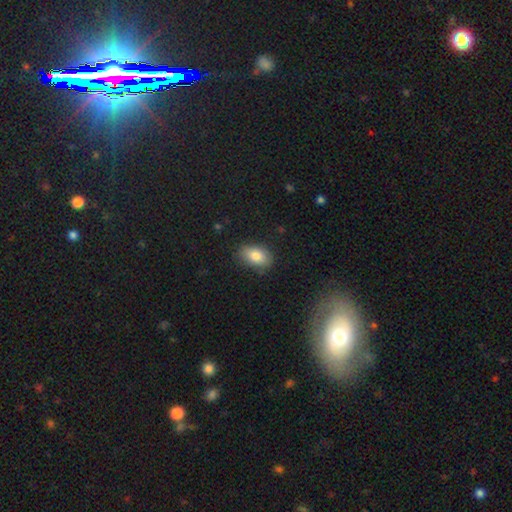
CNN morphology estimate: Q: Smooth or featured?
A: smooth (82%); runner-up: featured or disk (10%)
Q: How rounded?
A: in between (88%); runner-up: round (10%)
Q: Merging?
A: none (83%); runner-up: minor disturbance (13%)